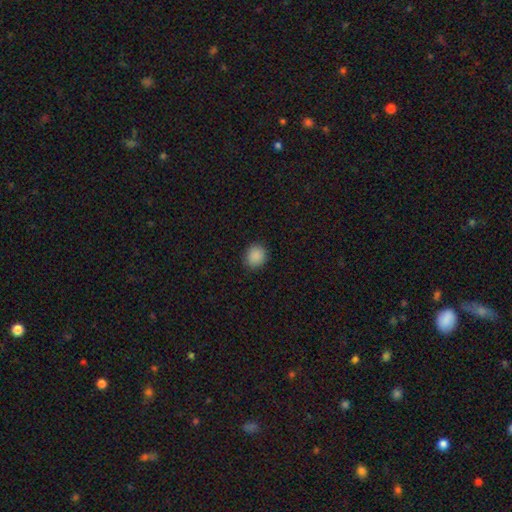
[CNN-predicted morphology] Smooth or featured? smooth (89%)
How rounded? round (77%)
Merging? none (89%)